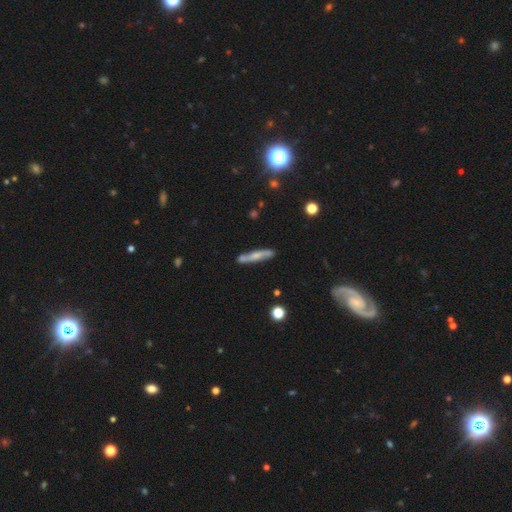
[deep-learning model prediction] Smooth or featured? Predicted: smooth (p=0.49). Merging? Predicted: none (p=0.73).